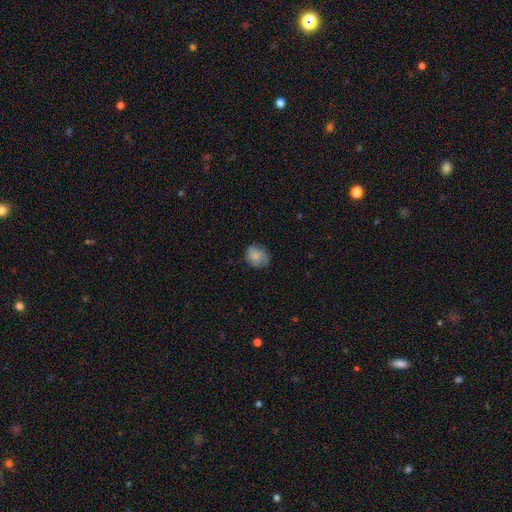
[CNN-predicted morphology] Smooth or featured? smooth (80%)
How rounded? round (65%)
Merging? none (70%)